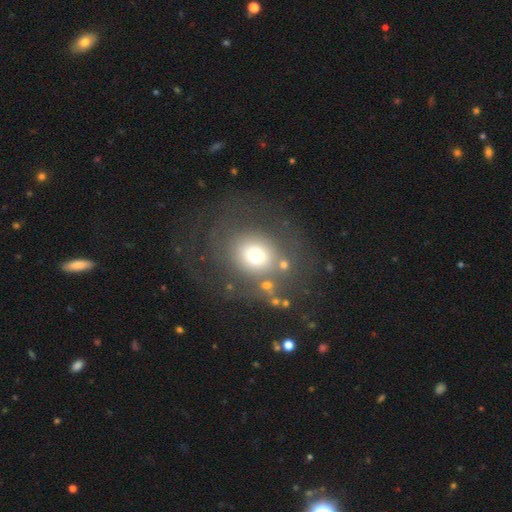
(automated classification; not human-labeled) smooth-or-featured: smooth: 58% | featured or disk: 28% | star or artifact: 14%
  how-rounded: round: 71% | in between: 28% | cigar-shaped: 1%
  merging: none: 62% | major disturbance: 18% | minor disturbance: 16% | merger: 5%